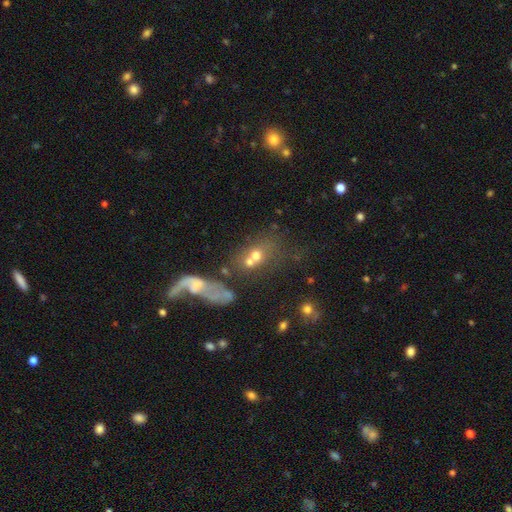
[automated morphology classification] Q: Smooth or featured?
A: smooth (52%); runner-up: featured or disk (31%)
Q: How rounded?
A: round (50%); runner-up: in between (43%)
Q: Merging?
A: merger (55%); runner-up: none (22%)